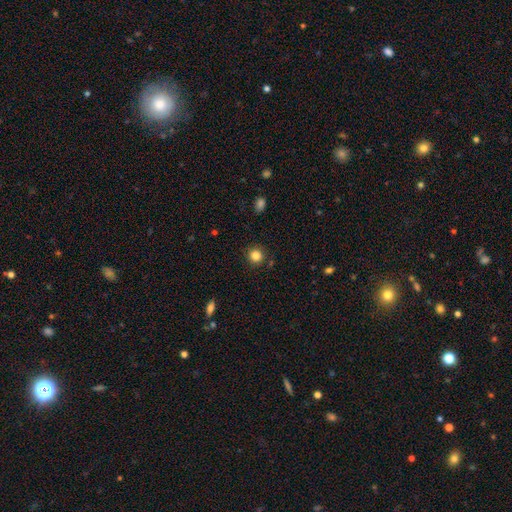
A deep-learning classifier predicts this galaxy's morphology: smooth_or_featured: smooth (p=0.84) [alt: star or artifact p=0.11]
how_rounded: round (p=0.93) [alt: in between p=0.06]
merging: none (p=0.89) [alt: minor disturbance p=0.07]